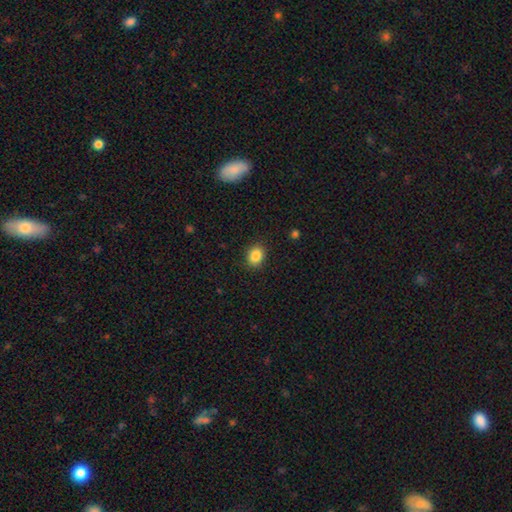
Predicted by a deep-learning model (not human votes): A smooth galaxy with no disk features (86%) that is in between round and cigar-shaped (59%).

Vote fractions:
- Smooth or featured? smooth: 86% / star or artifact: 9% / featured or disk: 5%
- How rounded? in between: 59% / round: 40% / cigar-shaped: 1%
- Merging? none: 88% / minor disturbance: 8% / major disturbance: 2% / merger: 1%